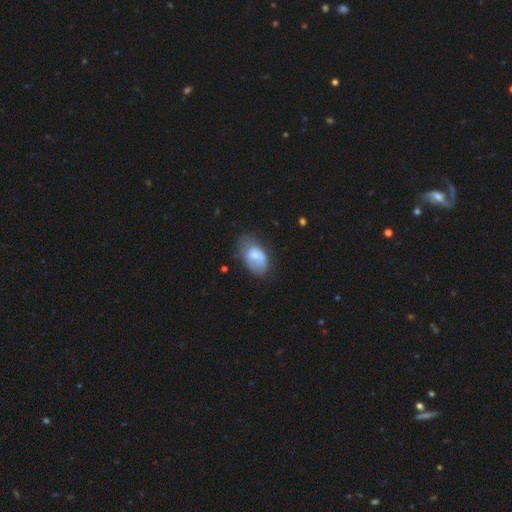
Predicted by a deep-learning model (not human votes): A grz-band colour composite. It shows a smooth galaxy with no disk features (69%) that is in between round and cigar-shaped (90%). Merging: none (43%).